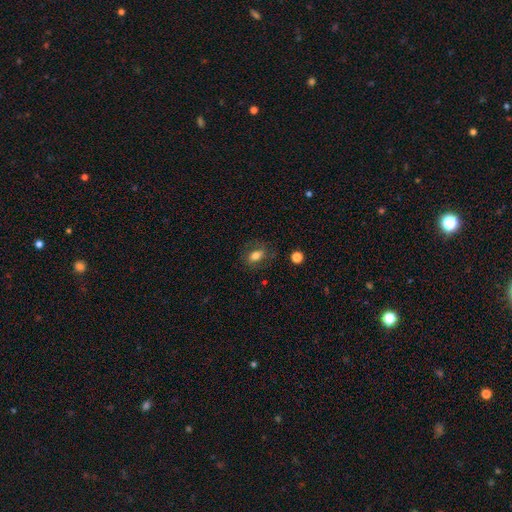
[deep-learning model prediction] A smooth galaxy with no disk features (70%) that is in between round and cigar-shaped (75%).

Vote fractions:
- Smooth or featured? smooth: 70% / featured or disk: 20% / star or artifact: 10%
- How rounded? in between: 75% / round: 22% / cigar-shaped: 2%
- Merging? none: 75% / minor disturbance: 16% / major disturbance: 8% / merger: 2%